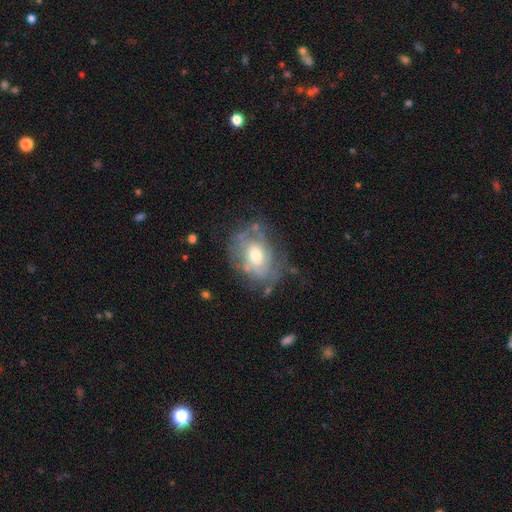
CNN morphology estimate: Smooth or featured?
  - featured or disk: 64% *
  - smooth: 29%
  - star or artifact: 7%
Edge-on disk?
  - no: 95% *
  - yes: 5%
Bar?
  - no: 75% *
  - weak: 21%
  - strong: 4%
Spiral arms?
  - yes: 62% *
  - no: 38%
Bulge size?
  - moderate: 67% *
  - small: 18%
  - large: 13%
  - dominant: 1%
  - none: 1%
Merging?
  - none: 54% *
  - minor disturbance: 27%
  - major disturbance: 16%
  - merger: 3%